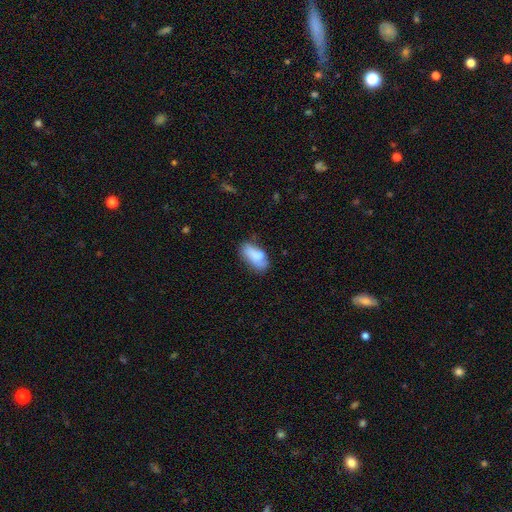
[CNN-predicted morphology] The model was most divided on "merging": none: 49%, minor disturbance: 30%, major disturbance: 12%, merger: 8%. More confident: how rounded — in between (90%); smooth or featured — smooth (74%).